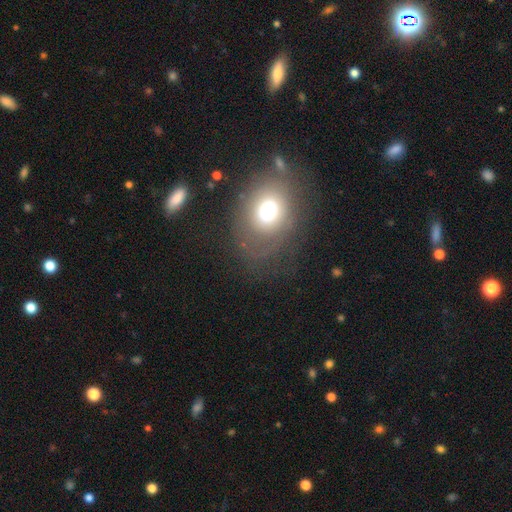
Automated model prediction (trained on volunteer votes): This is possibly a smooth galaxy (59%). How rounded: possibly in between (52%). Merging: likely none (73%).